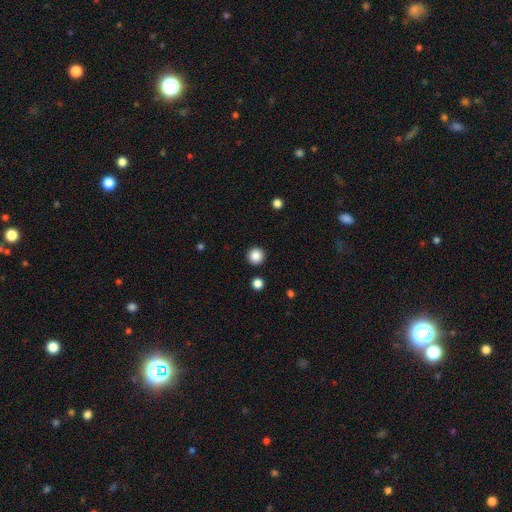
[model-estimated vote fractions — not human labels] Smooth or featured: smooth — 87% (star or artifact — 10%)
How rounded: round — 96% (in between — 3%)
Merging: none — 92% (minor disturbance — 4%)